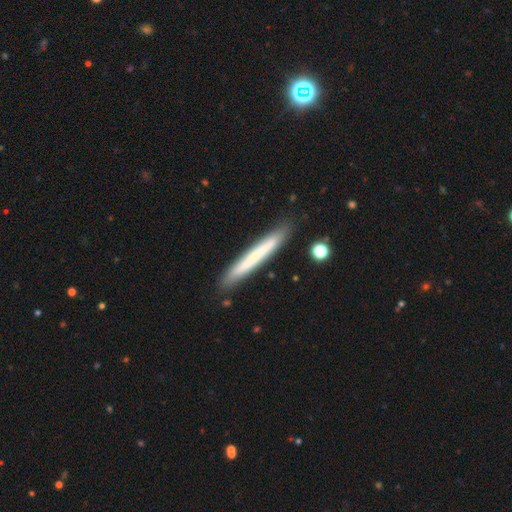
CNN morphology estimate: Overall: smooth (59%; featured or disk 34%). How rounded: cigar-shaped (96%). Merging: none (86%).